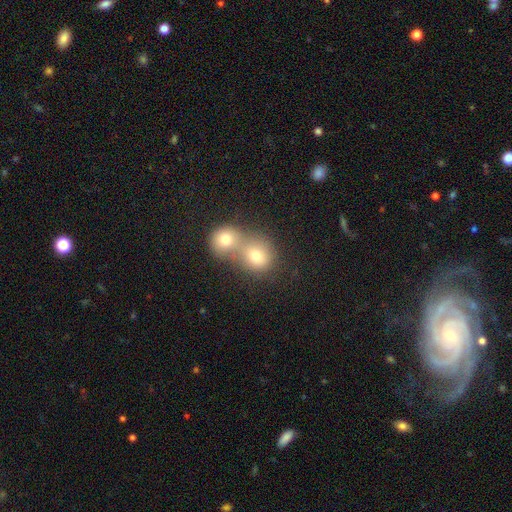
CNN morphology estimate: smooth 75%, featured or disk 13%, star or artifact 12%. Down the decision tree: how rounded — round (76%); merging — merger (66%).